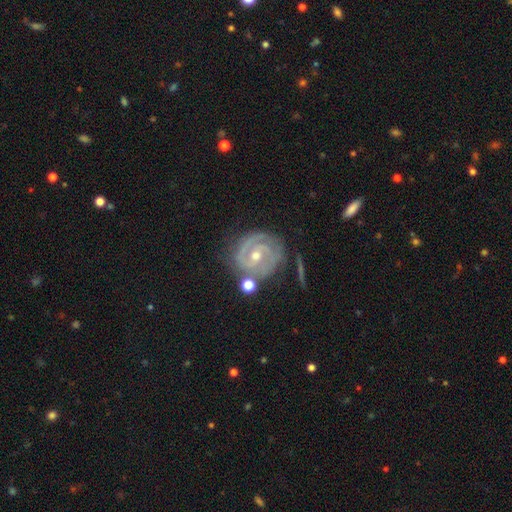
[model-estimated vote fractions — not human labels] Q: Smooth or featured?
A: featured or disk (87%); runner-up: smooth (7%)
Q: Edge-on disk?
A: no (97%); runner-up: yes (3%)
Q: Bar?
A: no (42%); runner-up: weak (41%)
Q: Spiral arms?
A: yes (96%); runner-up: no (4%)
Q: Spiral winding?
A: tight (71%); runner-up: medium (25%)
Q: Spiral arm count?
A: 2 (64%); runner-up: 3 (14%)
Q: Bulge size?
A: moderate (56%); runner-up: small (40%)
Q: Merging?
A: none (70%); runner-up: minor disturbance (17%)